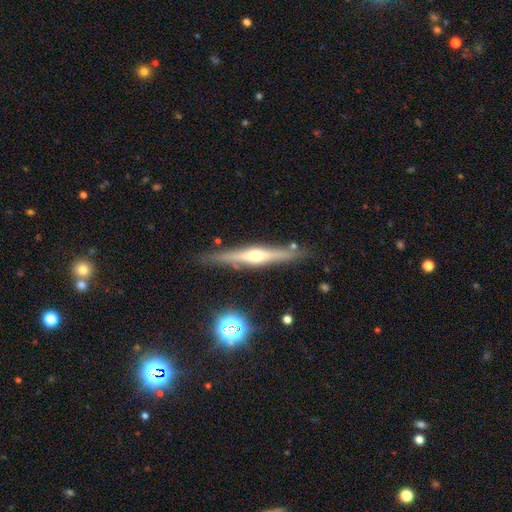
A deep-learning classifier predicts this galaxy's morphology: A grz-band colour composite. It shows a featured or disk galaxy (72%) viewed edge-on (97%) with a rounded central bulge (89%). Merging: none (85%).